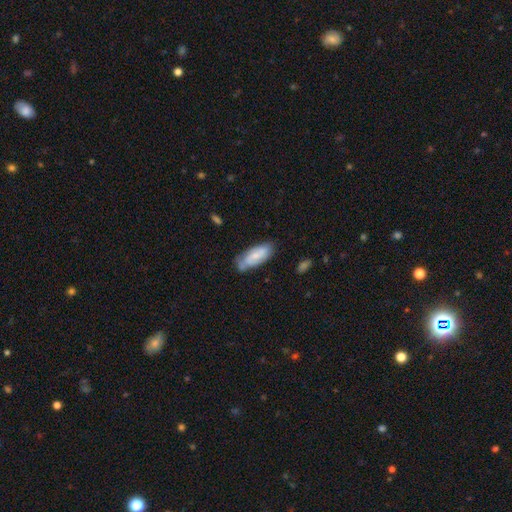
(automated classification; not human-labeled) Smooth or featured? smooth (53%)
How rounded? in between (77%)
Merging? none (60%)